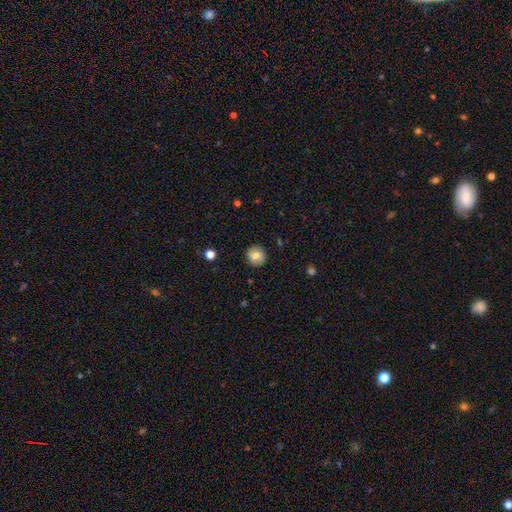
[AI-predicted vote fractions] smooth_or_featured: smooth (p=0.78) [alt: featured or disk p=0.13]
how_rounded: round (p=0.89) [alt: in between p=0.10]
merging: none (p=0.89) [alt: minor disturbance p=0.08]